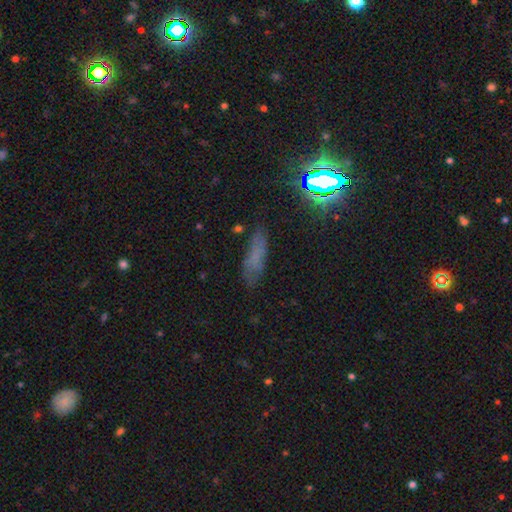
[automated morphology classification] Q: Smooth or featured?
A: smooth (51%); runner-up: star or artifact (27%)
Q: How rounded?
A: cigar-shaped (58%); runner-up: in between (38%)
Q: Merging?
A: none (68%); runner-up: minor disturbance (21%)